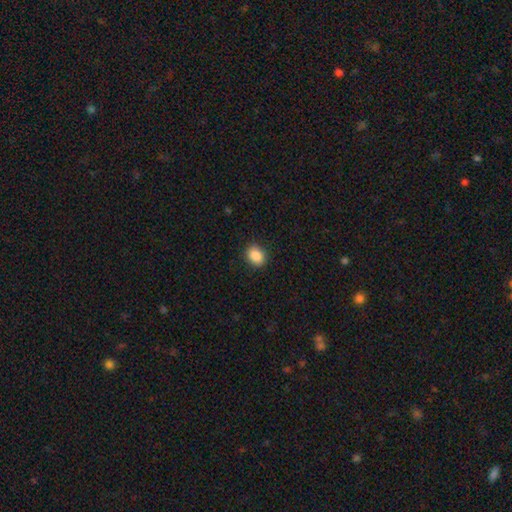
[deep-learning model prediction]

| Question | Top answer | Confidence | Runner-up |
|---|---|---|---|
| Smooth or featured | smooth | 88% | star or artifact (8%) |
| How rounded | in between | 55% | round (44%) |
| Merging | none | 87% | minor disturbance (10%) |